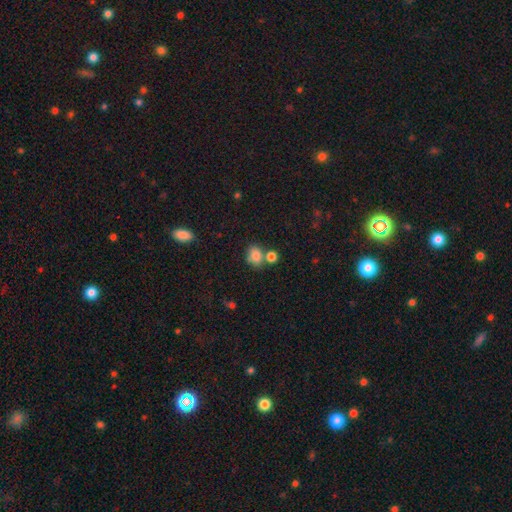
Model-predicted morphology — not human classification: A smooth galaxy with no disk features (81%) that is in between round and cigar-shaped (51%). Merging: none (56%).